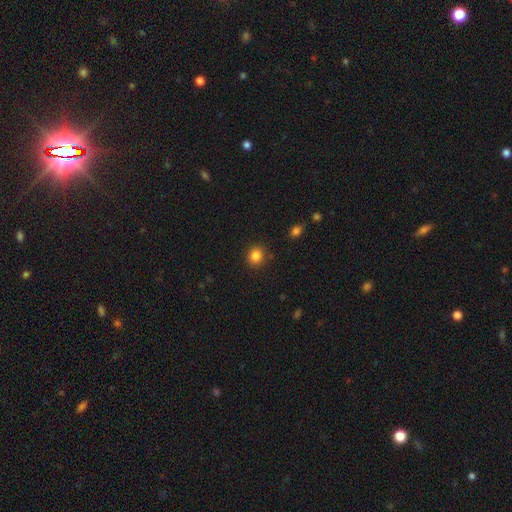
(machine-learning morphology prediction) smooth-or-featured: smooth: 84% | star or artifact: 11% | featured or disk: 5%
  how-rounded: round: 81% | in between: 18% | cigar-shaped: 1%
  merging: none: 88% | minor disturbance: 8% | major disturbance: 2% | merger: 2%